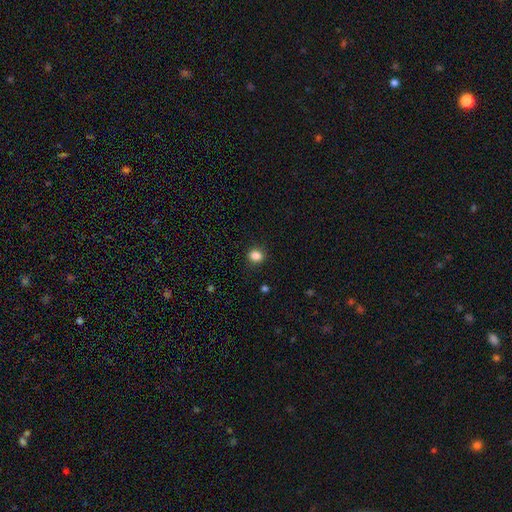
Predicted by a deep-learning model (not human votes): This is clearly a smooth galaxy (86%). How rounded: likely round (69%). Merging: clearly none (89%).